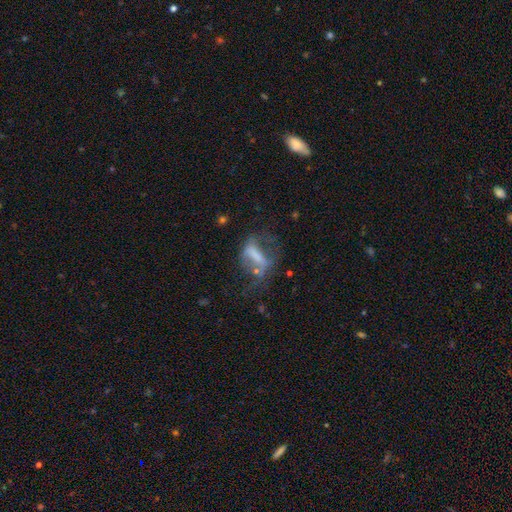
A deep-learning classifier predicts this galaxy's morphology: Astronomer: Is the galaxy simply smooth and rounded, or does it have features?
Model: featured or disk — 53% (runner-up: smooth, 34%).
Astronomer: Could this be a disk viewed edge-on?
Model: no — 89%.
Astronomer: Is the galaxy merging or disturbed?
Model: major disturbance — 43% (runner-up: none, 30%).